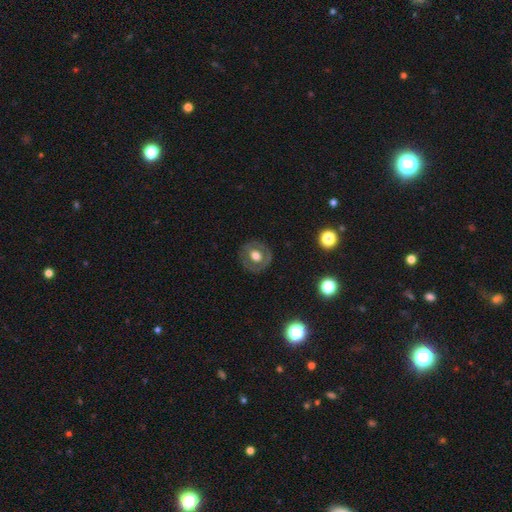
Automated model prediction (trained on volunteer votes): The model was most divided on "smooth or featured": smooth: 49%, featured or disk: 43%, star or artifact: 8%. More confident: merging — none (83%).